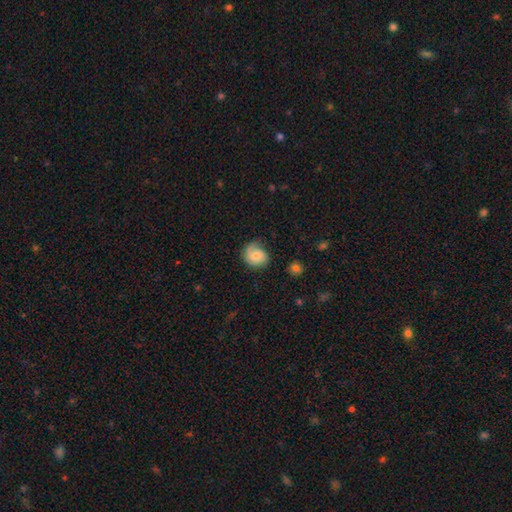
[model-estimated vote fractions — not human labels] This is likely a smooth galaxy (62%). How rounded: likely round (71%). Merging: possibly none (59%).